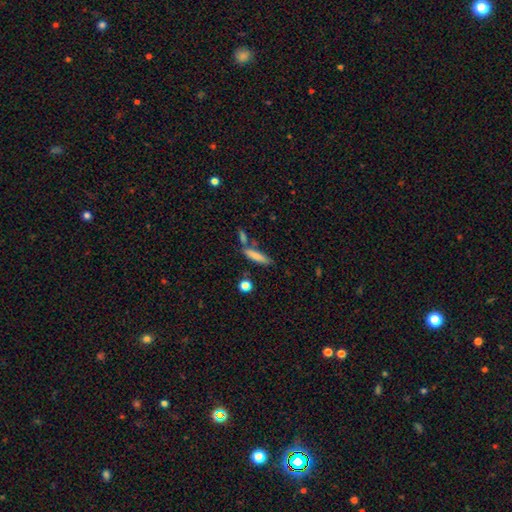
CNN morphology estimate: A smooth galaxy with no disk features (79%) that is cigar-shaped (75%).

Vote fractions:
- Smooth or featured? smooth: 79% / featured or disk: 14% / star or artifact: 8%
- How rounded? cigar-shaped: 75% / in between: 23% / round: 2%
- Merging? none: 65% / merger: 17% / minor disturbance: 14% / major disturbance: 4%